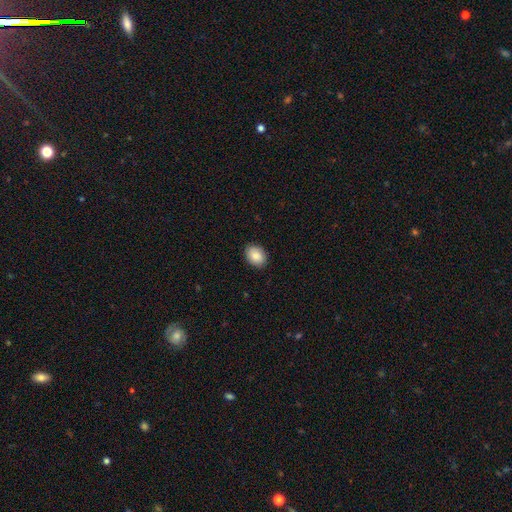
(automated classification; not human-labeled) Morphology: type=smooth (88%); roundness=in between (72%); merging=none (88%).